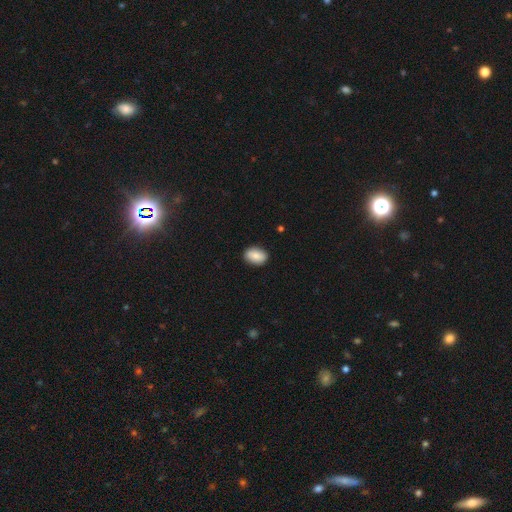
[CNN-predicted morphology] Smooth or featured: smooth — 84% (featured or disk — 9%)
How rounded: in between — 84% (round — 14%)
Merging: none — 88% (minor disturbance — 9%)